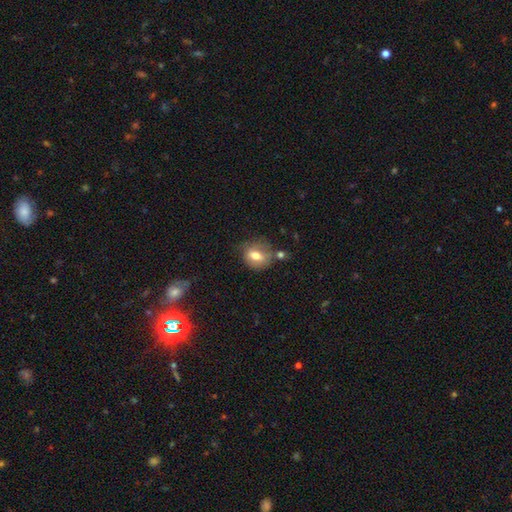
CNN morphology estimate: Smooth or featured? smooth (70%)
How rounded? round (53%)
Merging? none (59%)